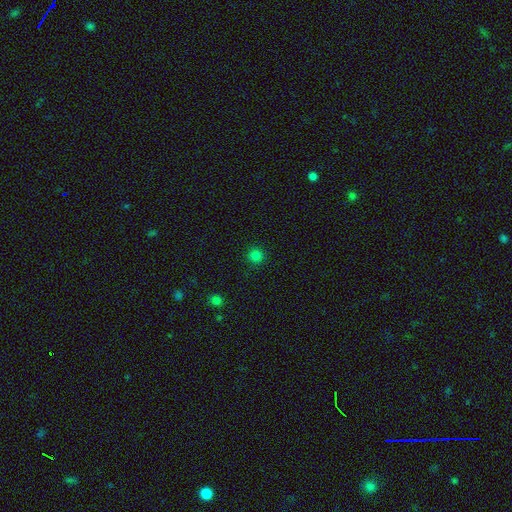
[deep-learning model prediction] This is clearly a smooth galaxy (80%). How rounded: clearly round (95%). Merging: clearly none (91%).